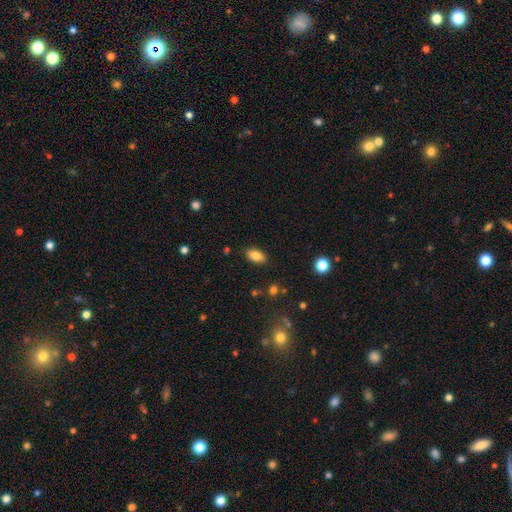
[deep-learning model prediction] Q: Smooth or featured?
A: smooth (83%); runner-up: star or artifact (9%)
Q: How rounded?
A: in between (91%); runner-up: round (6%)
Q: Merging?
A: none (86%); runner-up: minor disturbance (10%)